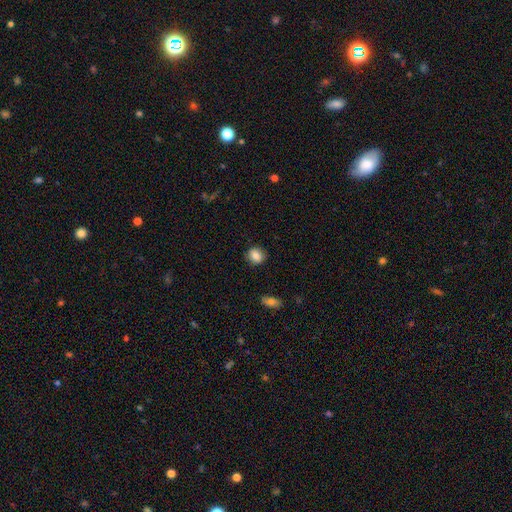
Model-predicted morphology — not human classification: Smooth or featured: smooth — 84% (star or artifact — 9%)
How rounded: round — 70% (in between — 29%)
Merging: none — 87% (minor disturbance — 10%)